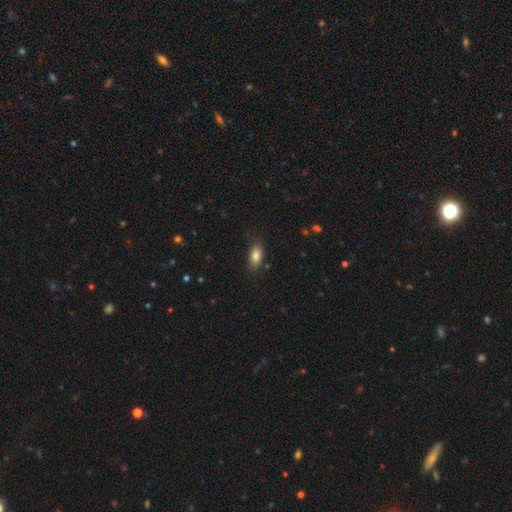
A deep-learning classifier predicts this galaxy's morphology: type=smooth (82%); roundness=in between (85%); merging=none (76%).